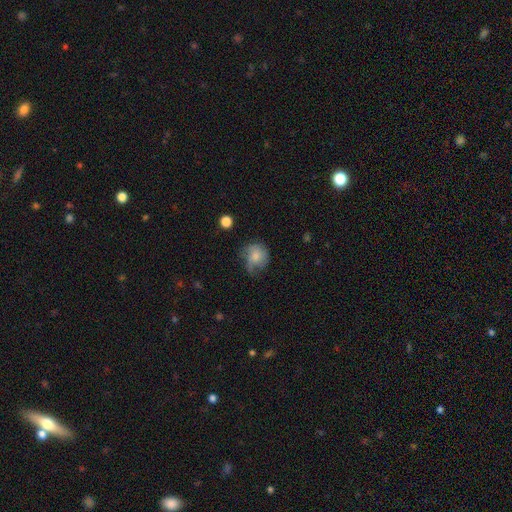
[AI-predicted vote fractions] Morphology: type=smooth (60%); roundness=round (74%); merging=none (45%).